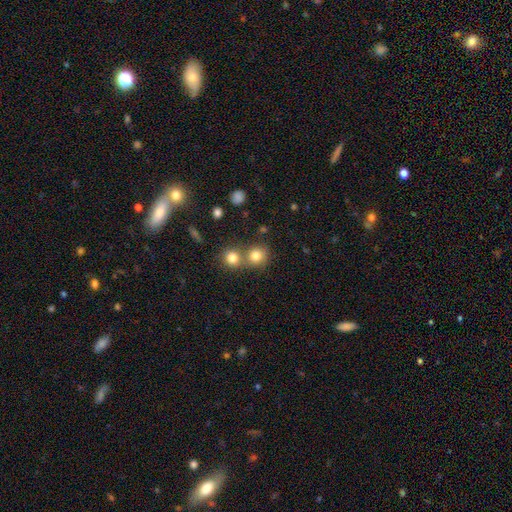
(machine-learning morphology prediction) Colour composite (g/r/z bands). It shows a smooth galaxy with no disk features (80%) that is round (84%). Merging: none (48%).